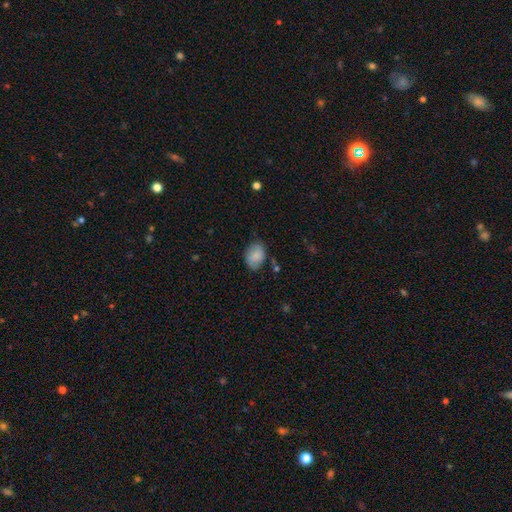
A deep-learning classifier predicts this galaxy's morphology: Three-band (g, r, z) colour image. It shows a smooth galaxy with no disk features (81%) that is in between round and cigar-shaped (79%). Merging: none (70%).